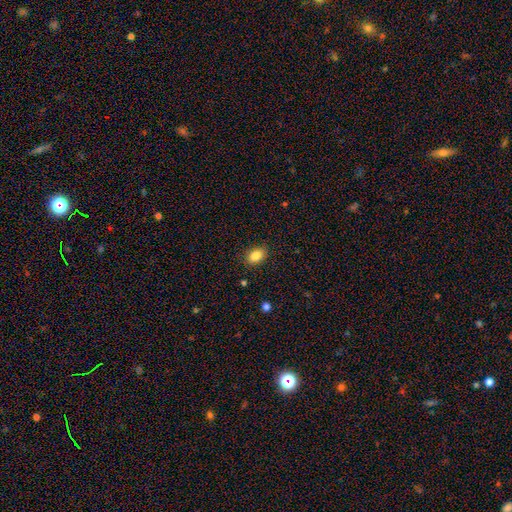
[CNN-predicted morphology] A smooth galaxy with no disk features (86%) that is in between round and cigar-shaped (79%).

Vote fractions:
- Smooth or featured? smooth: 86% / star or artifact: 9% / featured or disk: 6%
- How rounded? in between: 79% / round: 19% / cigar-shaped: 1%
- Merging? none: 86% / minor disturbance: 10% / major disturbance: 2% / merger: 1%